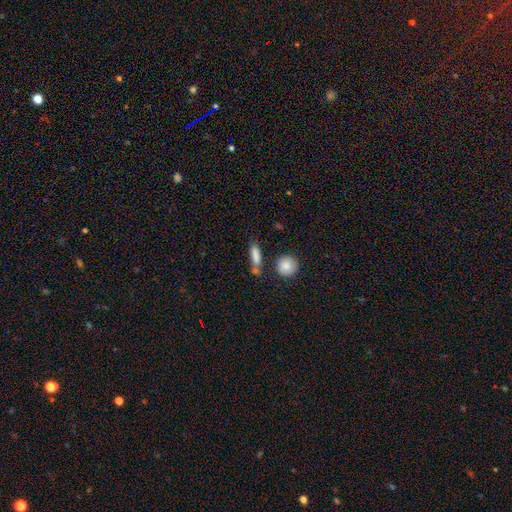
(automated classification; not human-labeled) smooth_or_featured: smooth (p=0.82) [alt: featured or disk p=0.10]
how_rounded: cigar-shaped (p=0.51) [alt: in between p=0.42]
merging: none (p=0.62) [alt: minor disturbance p=0.16]